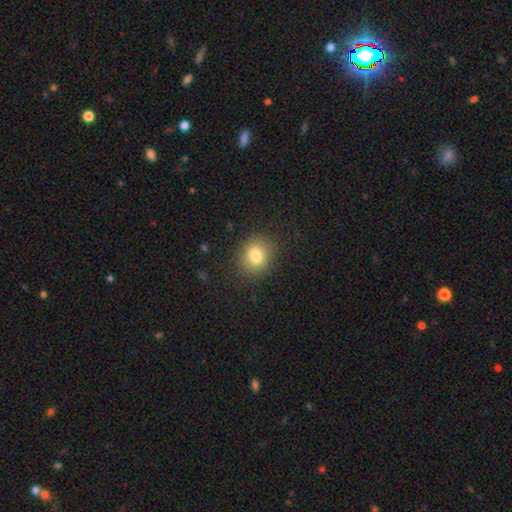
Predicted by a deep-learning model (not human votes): smooth 81%, star or artifact 11%, featured or disk 8%. Down the decision tree: how rounded — round (64%); merging — none (85%).